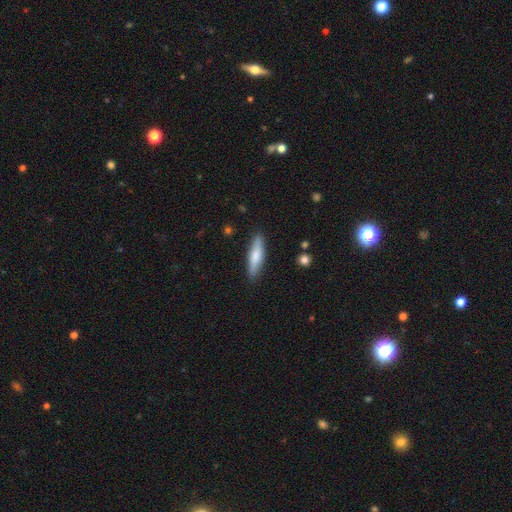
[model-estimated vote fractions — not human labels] Smooth or featured: smooth — 68% (featured or disk — 27%)
How rounded: cigar-shaped — 71% (in between — 28%)
Merging: none — 87% (minor disturbance — 10%)